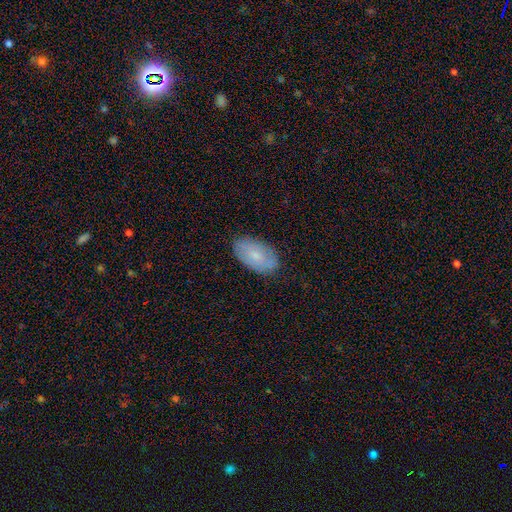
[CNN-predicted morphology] A smooth galaxy with no disk features (68%) that is in between round and cigar-shaped (94%).

Vote fractions:
- Smooth or featured? smooth: 68% / featured or disk: 25% / star or artifact: 7%
- How rounded? in between: 94% / round: 4% / cigar-shaped: 2%
- Merging? none: 82% / minor disturbance: 14% / major disturbance: 3% / merger: 1%